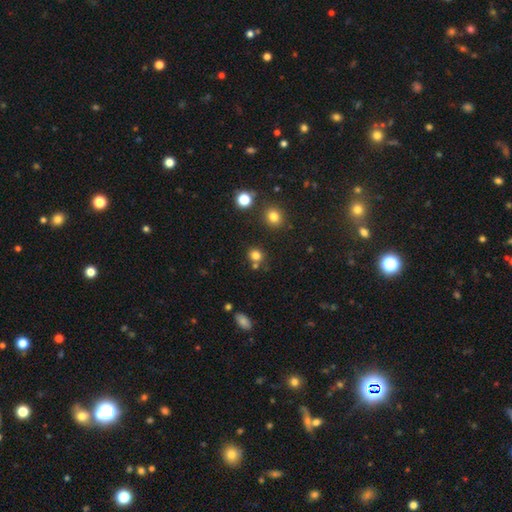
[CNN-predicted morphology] The model was most divided on "merging": none: 69%, merger: 18%, minor disturbance: 10%, major disturbance: 3%. More confident: how rounded — round (80%); smooth or featured — smooth (78%).